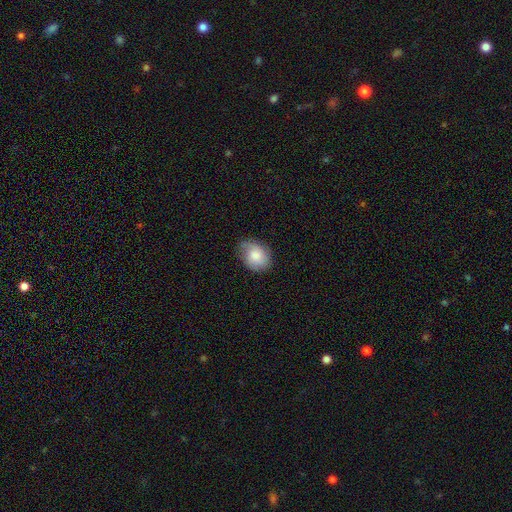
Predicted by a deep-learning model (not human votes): A smooth galaxy with no disk features (74%) that is in between round and cigar-shaped (60%). Merging: none (68%).